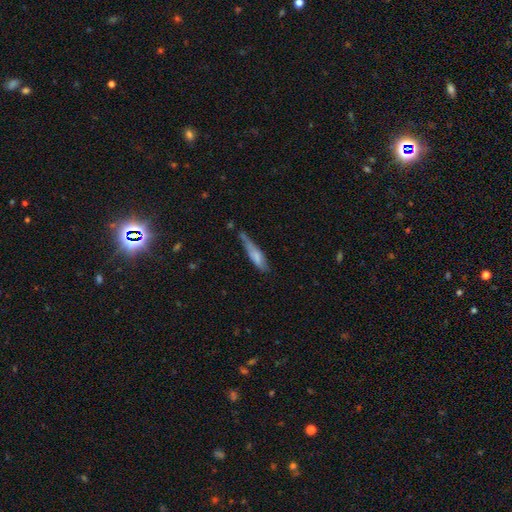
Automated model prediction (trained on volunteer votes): Smooth or featured? smooth (69%)
How rounded? cigar-shaped (73%)
Merging? none (38%)